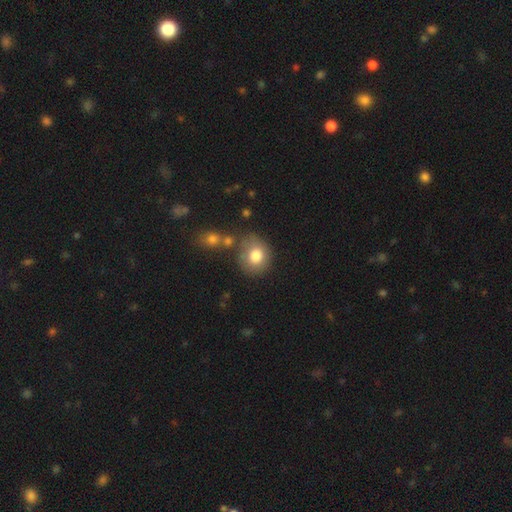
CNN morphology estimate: Smooth or featured?
  - smooth: 79% *
  - featured or disk: 12%
  - star or artifact: 9%
How rounded?
  - round: 77% *
  - in between: 22%
  - cigar-shaped: 1%
Merging?
  - none: 66% *
  - minor disturbance: 17%
  - merger: 11%
  - major disturbance: 6%